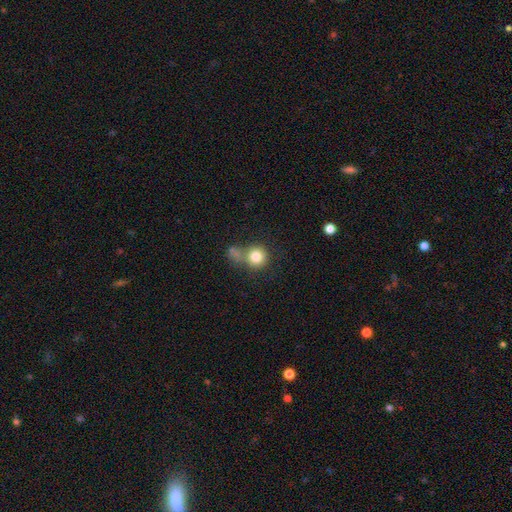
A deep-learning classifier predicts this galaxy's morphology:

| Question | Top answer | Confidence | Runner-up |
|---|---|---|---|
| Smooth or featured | smooth | 81% | star or artifact (10%) |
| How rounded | round | 90% | in between (9%) |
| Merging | none | 50% | merger (29%) |